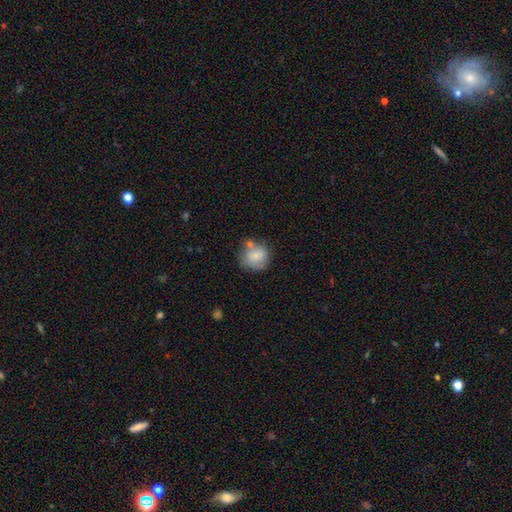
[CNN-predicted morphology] Smooth or featured?
  - smooth: 78% *
  - featured or disk: 14%
  - star or artifact: 8%
How rounded?
  - round: 84% *
  - in between: 15%
  - cigar-shaped: 1%
Merging?
  - none: 55% *
  - minor disturbance: 19%
  - merger: 19%
  - major disturbance: 7%